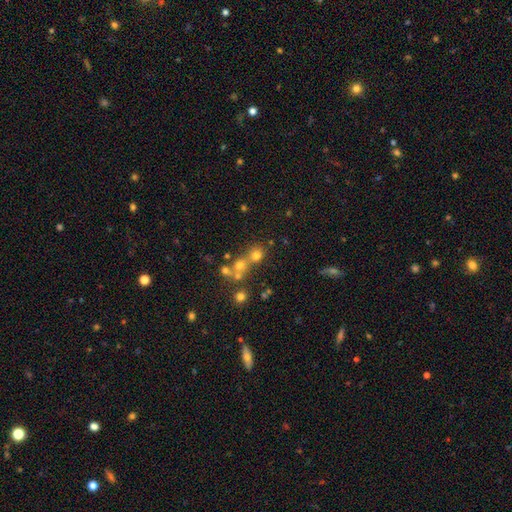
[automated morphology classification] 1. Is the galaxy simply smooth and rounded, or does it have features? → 60% smooth, 23% star or artifact, 17% featured or disk.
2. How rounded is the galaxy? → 85% round, 13% in between, 1% cigar-shaped.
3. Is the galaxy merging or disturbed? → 49% none, 39% merger, 7% minor disturbance, 4% major disturbance.